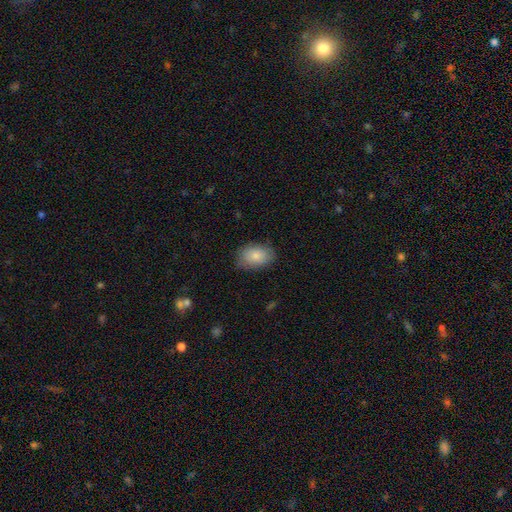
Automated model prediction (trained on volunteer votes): Smooth or featured?
  - smooth: 84% *
  - featured or disk: 9%
  - star or artifact: 7%
How rounded?
  - in between: 86% *
  - round: 12%
  - cigar-shaped: 1%
Merging?
  - none: 80% *
  - minor disturbance: 16%
  - major disturbance: 3%
  - merger: 1%